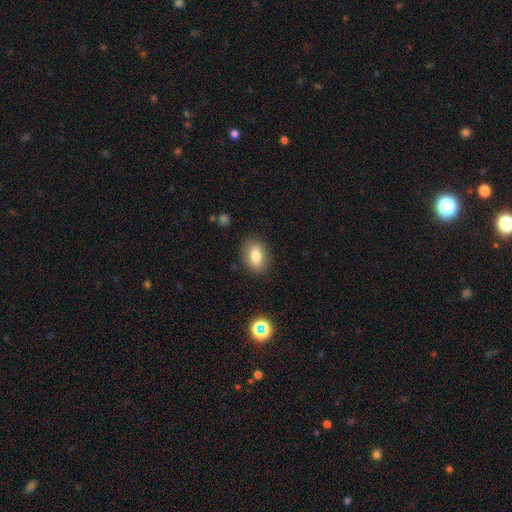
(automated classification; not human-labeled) Morphology: type=smooth (78%); roundness=in between (77%); merging=none (85%).